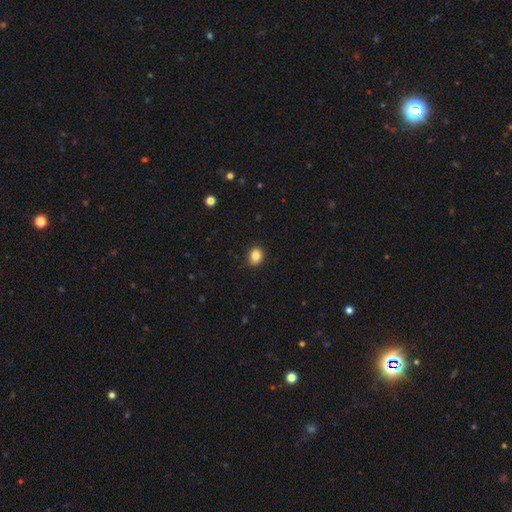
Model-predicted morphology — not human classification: Smooth or featured: smooth — 85% (star or artifact — 10%)
How rounded: in between — 50% (round — 49%)
Merging: none — 87% (minor disturbance — 10%)